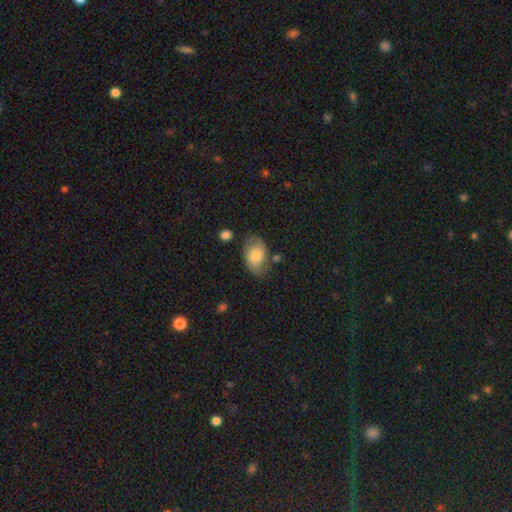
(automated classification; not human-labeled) smooth_or_featured: smooth (p=0.72) [alt: featured or disk p=0.21]
how_rounded: in between (p=0.86) [alt: round p=0.13]
merging: none (p=0.61) [alt: minor disturbance p=0.25]